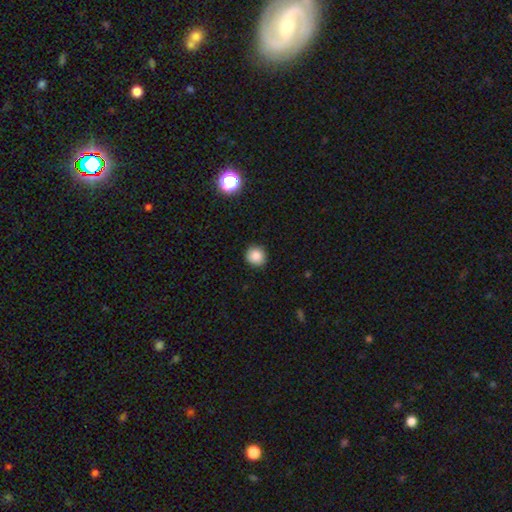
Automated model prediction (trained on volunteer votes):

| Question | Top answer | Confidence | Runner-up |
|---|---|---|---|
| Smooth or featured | smooth | 84% | star or artifact (11%) |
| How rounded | round | 91% | in between (8%) |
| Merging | none | 90% | minor disturbance (7%) |